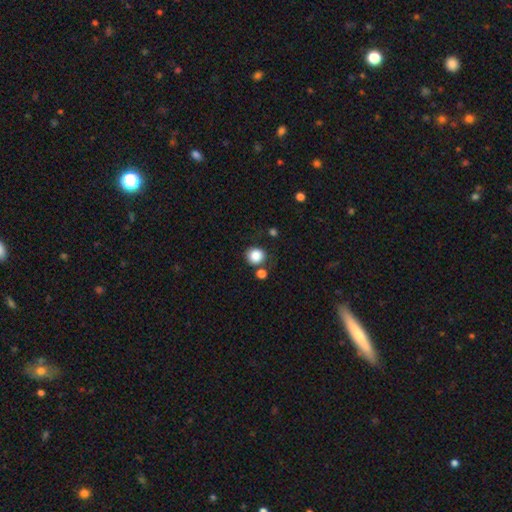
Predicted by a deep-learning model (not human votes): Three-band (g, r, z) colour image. It shows a smooth galaxy with no disk features (86%) that is round (90%). Merging: none (76%).